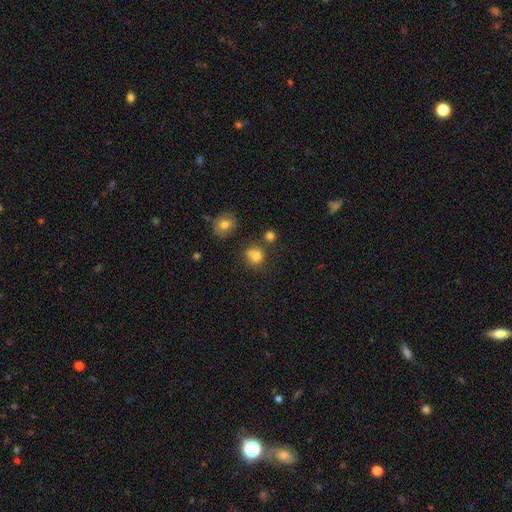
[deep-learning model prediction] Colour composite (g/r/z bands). It shows a smooth galaxy with no disk features (80%) that is round (85%). Merging: none (65%).